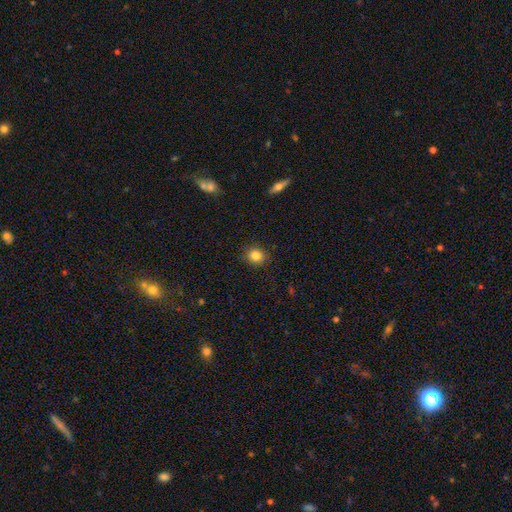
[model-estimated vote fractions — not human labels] smooth_or_featured: smooth (p=0.84) [alt: star or artifact p=0.10]
how_rounded: round (p=0.82) [alt: in between p=0.17]
merging: none (p=0.89) [alt: minor disturbance p=0.08]